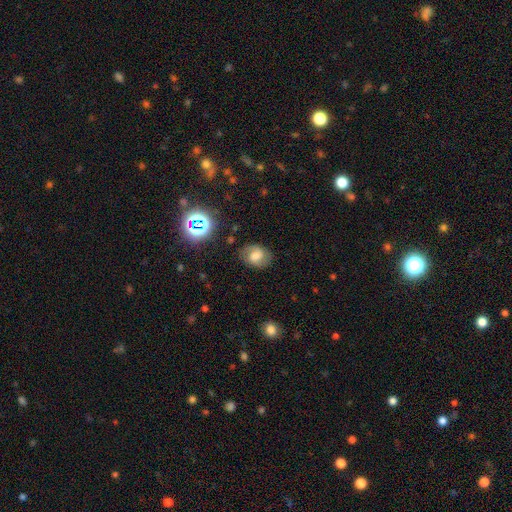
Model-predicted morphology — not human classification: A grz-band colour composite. It shows a featured or disk galaxy (46%). Merging: none (78%).